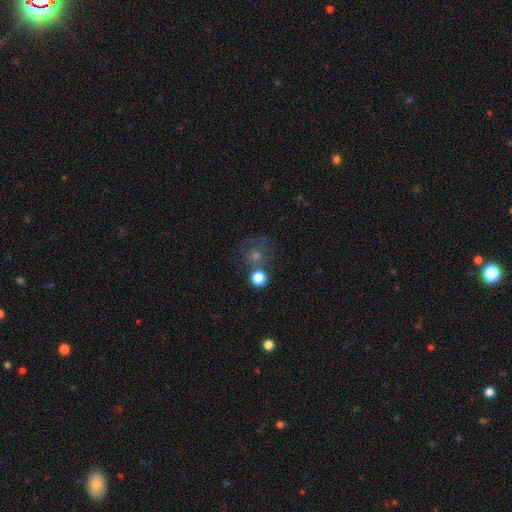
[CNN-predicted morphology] Smooth or featured?
  - smooth: 43% *
  - star or artifact: 32%
  - featured or disk: 25%
Merging?
  - none: 63% *
  - minor disturbance: 14%
  - merger: 13%
  - major disturbance: 10%